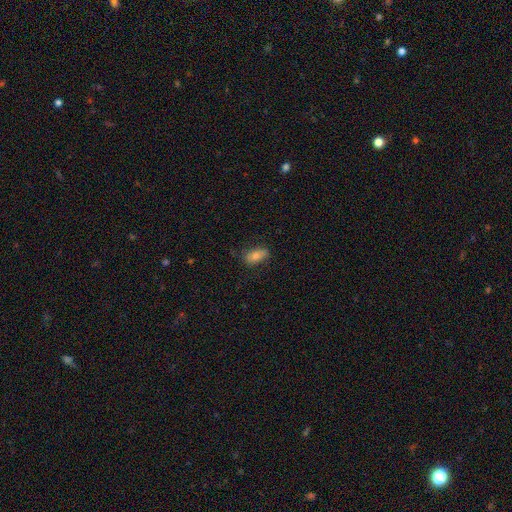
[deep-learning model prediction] Q: Smooth or featured?
A: smooth (70%); runner-up: featured or disk (21%)
Q: How rounded?
A: in between (87%); runner-up: cigar-shaped (7%)
Q: Merging?
A: none (77%); runner-up: minor disturbance (18%)